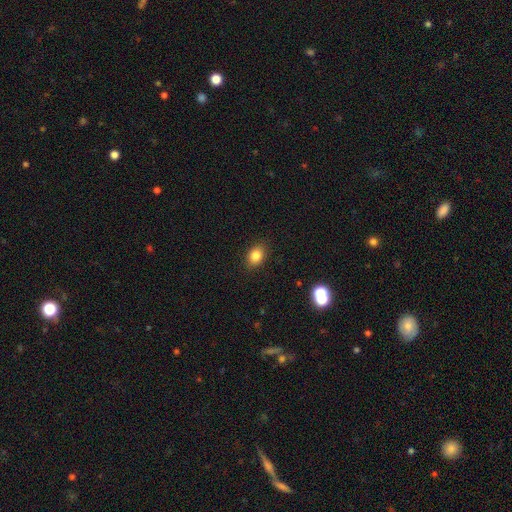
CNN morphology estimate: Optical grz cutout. It shows a smooth galaxy with no disk features (84%) that is in between round and cigar-shaped (69%). Merging: none (88%).